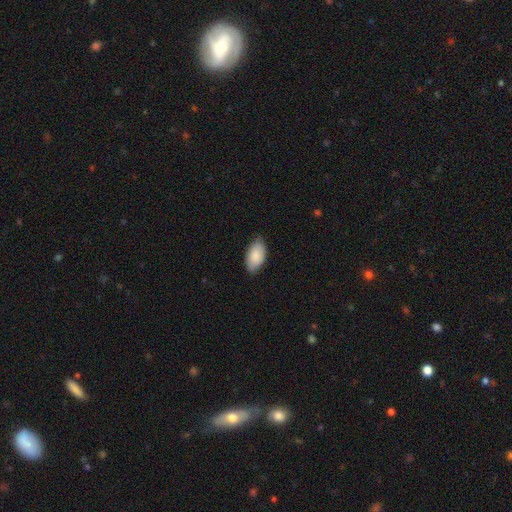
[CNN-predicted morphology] Smooth or featured?
  - smooth: 86% *
  - featured or disk: 8%
  - star or artifact: 6%
How rounded?
  - in between: 95% *
  - round: 3%
  - cigar-shaped: 2%
Merging?
  - none: 79% *
  - minor disturbance: 18%
  - major disturbance: 3%
  - merger: 1%